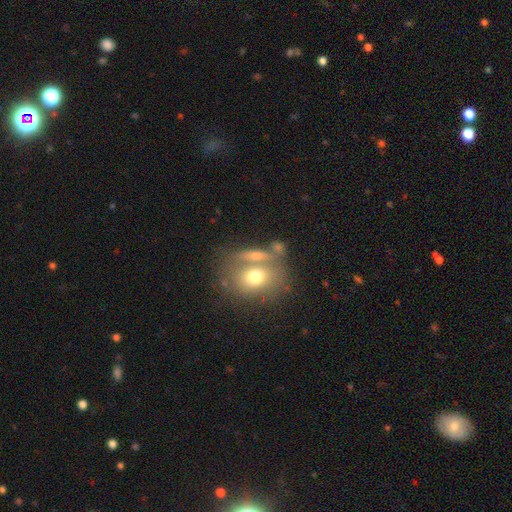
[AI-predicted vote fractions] This appears to be a smooth galaxy with no disk features (63%) that is in between round and cigar-shaped (50%). Merging: none (43%).